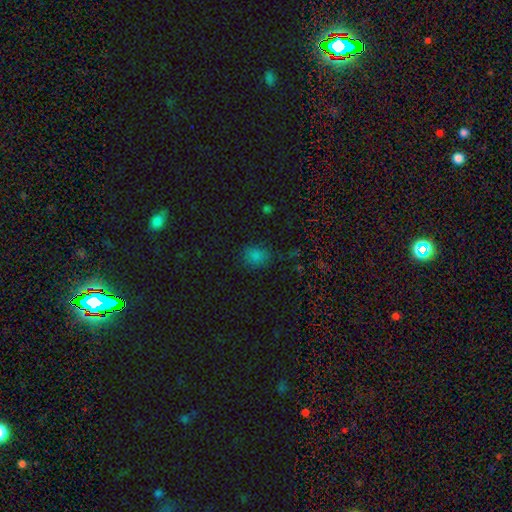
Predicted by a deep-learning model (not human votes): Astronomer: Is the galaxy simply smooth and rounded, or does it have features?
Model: smooth — 76%.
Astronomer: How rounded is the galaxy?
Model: round — 60% (runner-up: in between, 39%).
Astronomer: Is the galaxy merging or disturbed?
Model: none — 78%.